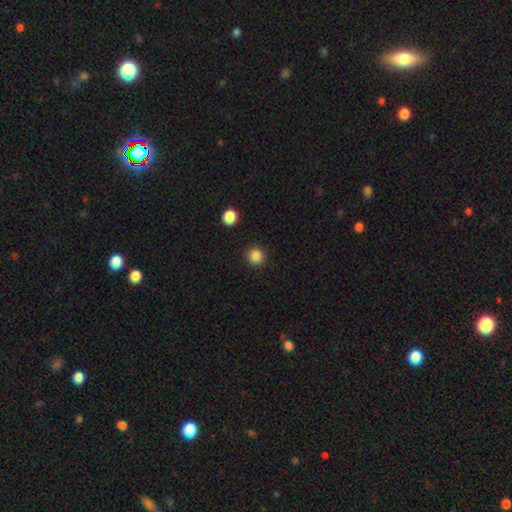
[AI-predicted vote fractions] Overall: smooth (85%). How rounded: round (94%). Merging: none (91%).